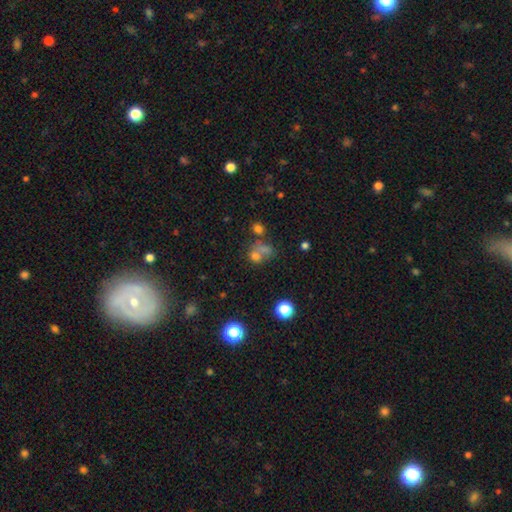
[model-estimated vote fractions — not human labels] This appears to be a smooth galaxy with no disk features (62%) that is round (65%). Merging: merger (45%).